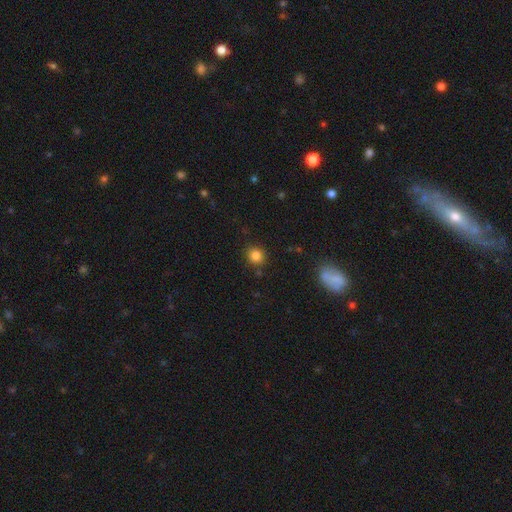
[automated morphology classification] smooth_or_featured: smooth (p=0.83) [alt: star or artifact p=0.12]
how_rounded: round (p=0.86) [alt: in between p=0.13]
merging: none (p=0.86) [alt: minor disturbance p=0.09]